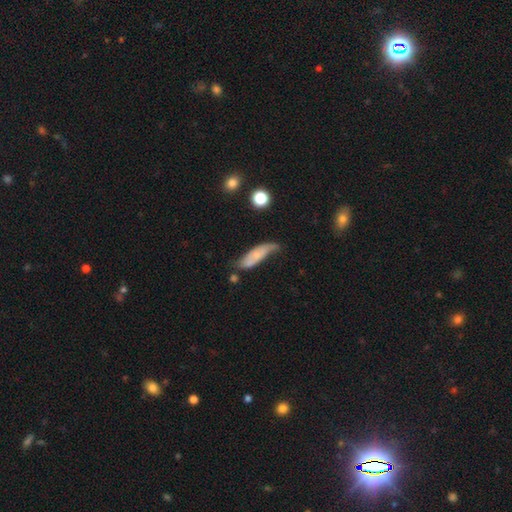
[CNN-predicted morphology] The model was most divided on "merging" (2-way tie): minor disturbance: 38%, none: 38%, major disturbance: 17%, merger: 6%. More confident: smooth or featured — smooth (57%); how rounded — in between (54%).